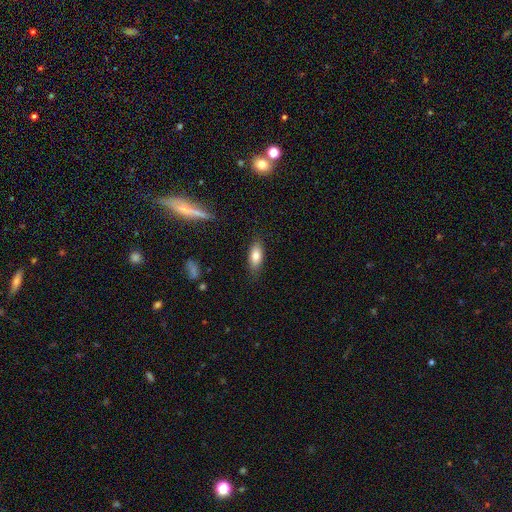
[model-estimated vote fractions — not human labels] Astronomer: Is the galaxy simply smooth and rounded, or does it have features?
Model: smooth — 80%.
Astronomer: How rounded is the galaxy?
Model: in between — 80%.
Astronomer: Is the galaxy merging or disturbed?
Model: none — 83%.